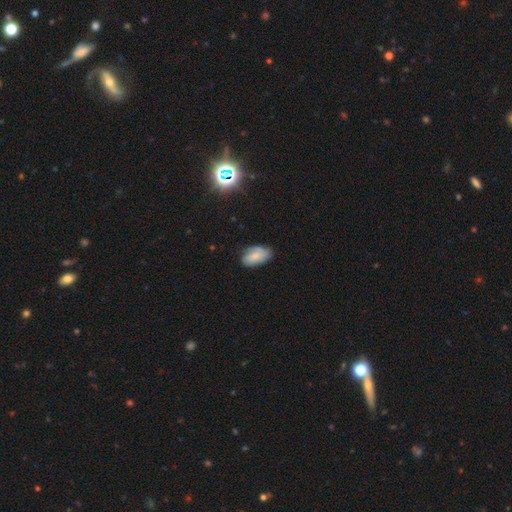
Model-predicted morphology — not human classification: A smooth galaxy with no disk features (66%) that is in between round and cigar-shaped (93%). Merging: none (69%).